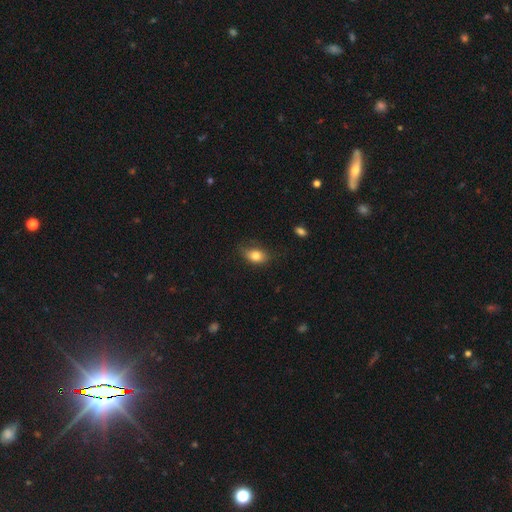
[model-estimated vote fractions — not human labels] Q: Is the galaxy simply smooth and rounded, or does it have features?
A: smooth — 80%.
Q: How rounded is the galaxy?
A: in between — 81%.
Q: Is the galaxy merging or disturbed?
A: none — 62%.